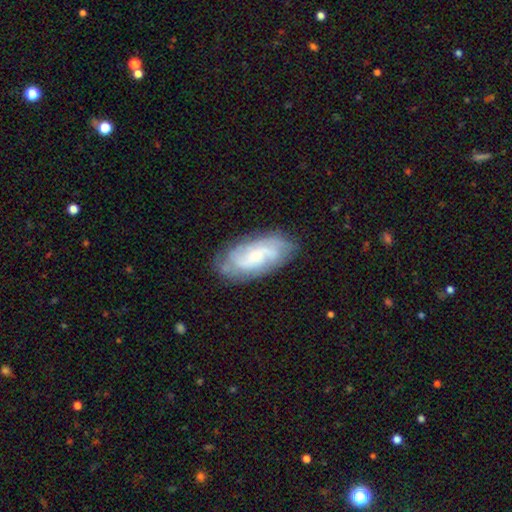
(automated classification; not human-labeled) Smooth or featured? Predicted: featured or disk (p=0.75). Edge-on disk? Predicted: no (p=0.94). Bar? Predicted: no (p=0.58). Spiral arms? Predicted: yes (p=0.93). Spiral winding? Predicted: tight (p=0.52). Spiral arm count? Predicted: can't tell (p=0.35). Bulge size? Predicted: small (p=0.65). Merging? Predicted: none (p=0.77).